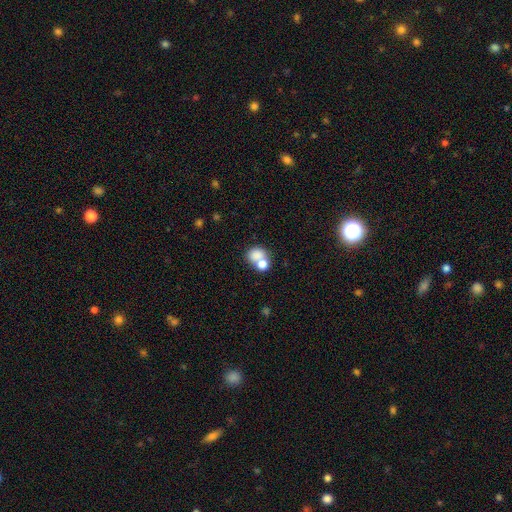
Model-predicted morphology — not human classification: Smooth or featured: smooth — 77% (featured or disk — 13%)
How rounded: round — 60% (in between — 39%)
Merging: merger — 53% (none — 33%)